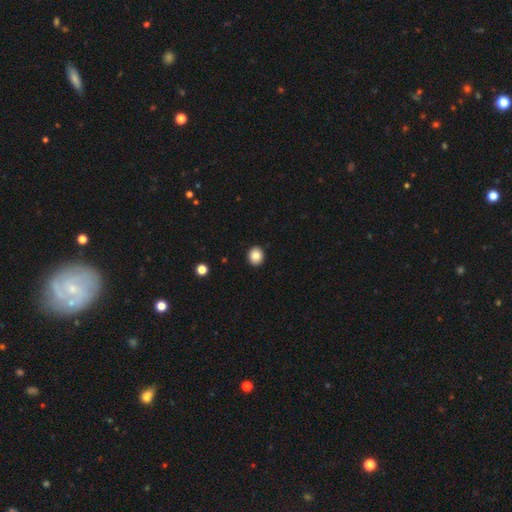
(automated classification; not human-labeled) Smooth or featured: smooth — 85% (star or artifact — 9%)
How rounded: round — 75% (in between — 24%)
Merging: none — 92% (minor disturbance — 5%)